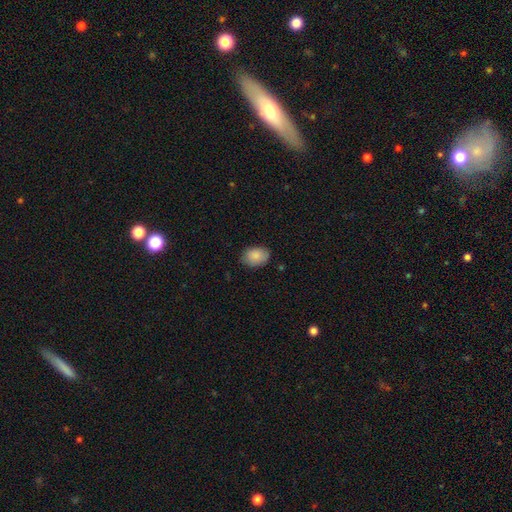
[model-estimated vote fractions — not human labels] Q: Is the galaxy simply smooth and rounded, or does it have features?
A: smooth — 87%.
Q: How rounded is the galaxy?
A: in between — 77%.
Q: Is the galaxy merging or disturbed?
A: none — 81%.